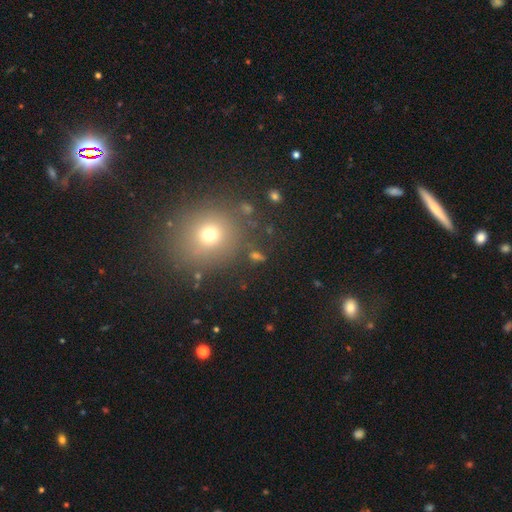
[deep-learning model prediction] A smooth galaxy with no disk features (60%) that is round (73%). Merging: none (80%).